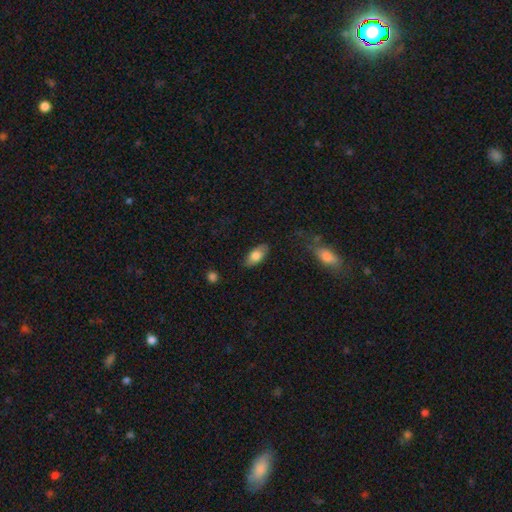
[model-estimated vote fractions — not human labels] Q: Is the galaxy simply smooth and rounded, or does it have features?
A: smooth — 77%.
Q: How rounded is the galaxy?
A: in between — 90%.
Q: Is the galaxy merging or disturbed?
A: none — 82%.